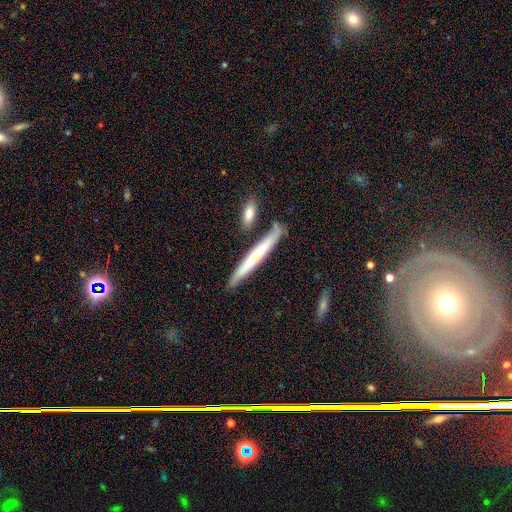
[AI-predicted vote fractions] smooth-or-featured: smooth: 54% | featured or disk: 39% | star or artifact: 6%
  how-rounded: cigar-shaped: 96% | in between: 2% | round: 1%
  merging: none: 83% | minor disturbance: 10% | merger: 5% | major disturbance: 2%